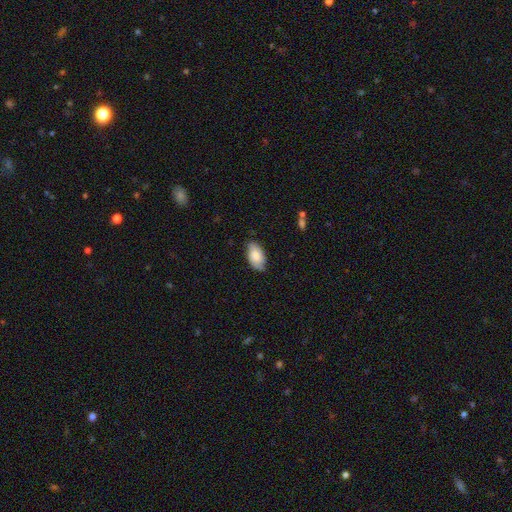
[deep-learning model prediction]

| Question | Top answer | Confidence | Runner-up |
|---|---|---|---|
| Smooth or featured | smooth | 79% | featured or disk (15%) |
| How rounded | in between | 94% | round (4%) |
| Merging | none | 73% | minor disturbance (22%) |